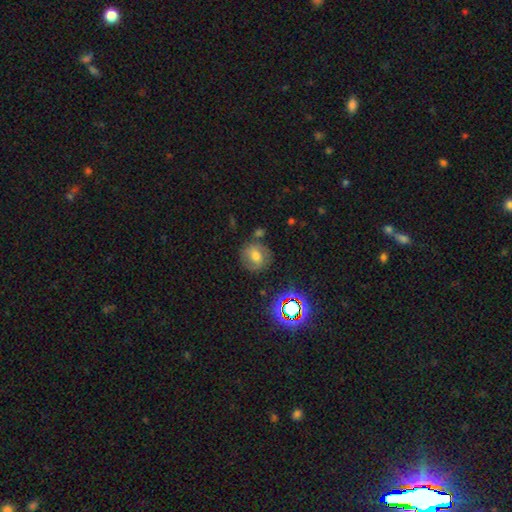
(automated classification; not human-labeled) smooth_or_featured: smooth (p=0.57) [alt: featured or disk p=0.24]
how_rounded: round (p=0.80) [alt: in between p=0.19]
merging: none (p=0.75) [alt: minor disturbance p=0.15]